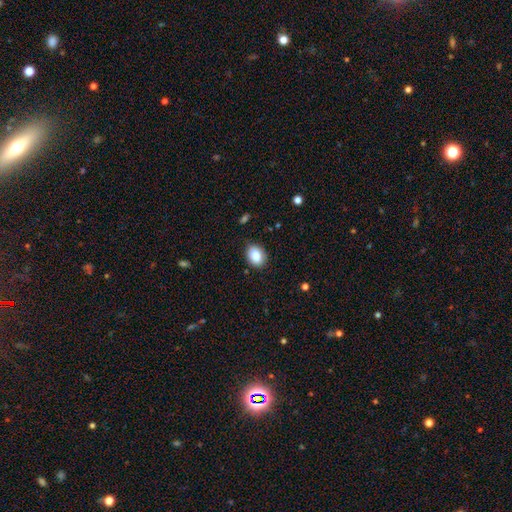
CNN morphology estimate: This appears to be a smooth galaxy with no disk features (84%) that is in between round and cigar-shaped (64%). Merging: none (87%).